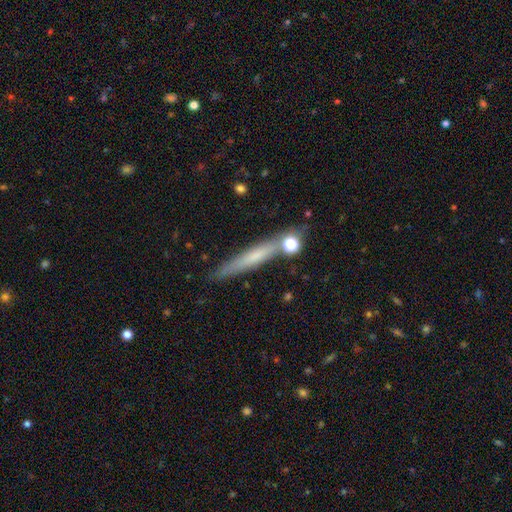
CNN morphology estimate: The model was most divided on "smooth or featured": smooth: 49%, featured or disk: 41%, star or artifact: 10%. More confident: merging — none (78%).